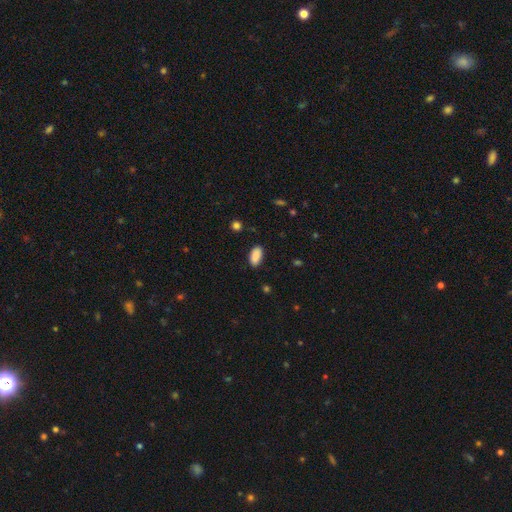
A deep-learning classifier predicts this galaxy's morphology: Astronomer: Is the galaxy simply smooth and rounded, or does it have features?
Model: smooth — 89%.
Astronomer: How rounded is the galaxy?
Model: in between — 91%.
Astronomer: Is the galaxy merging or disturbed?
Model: none — 86%.